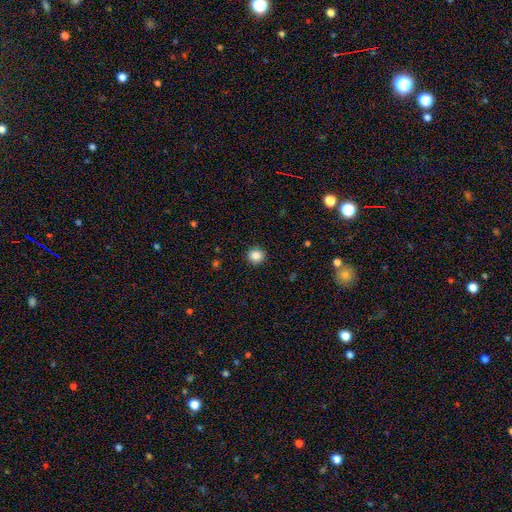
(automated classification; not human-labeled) This is clearly a smooth galaxy (86%). How rounded: clearly round (91%). Merging: clearly none (91%).